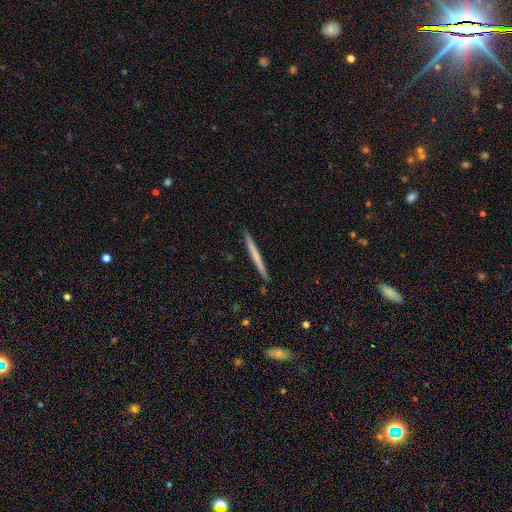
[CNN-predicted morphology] A smooth galaxy with no disk features (56%) that is cigar-shaped (97%). Merging: none (92%).